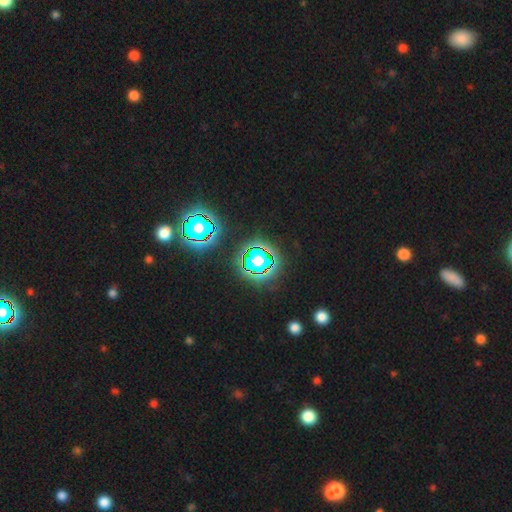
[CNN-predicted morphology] A star or artifact, not a galaxy (78%).

Vote fractions:
- Smooth or featured? star or artifact: 78% / smooth: 14% / featured or disk: 8%